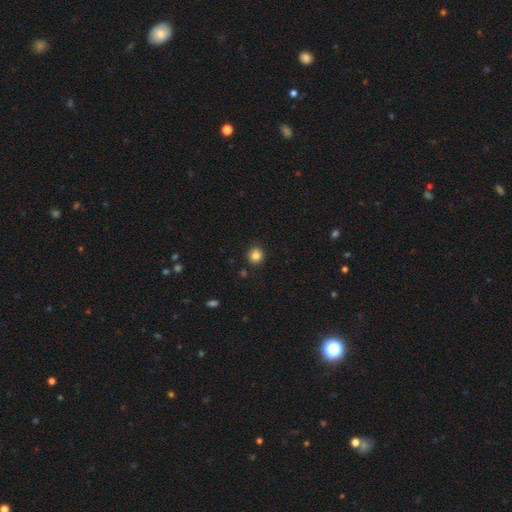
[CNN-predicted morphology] Smooth or featured? smooth (84%)
How rounded? round (88%)
Merging? none (89%)